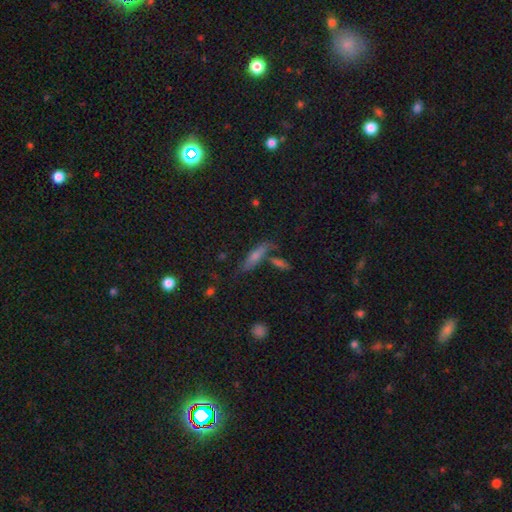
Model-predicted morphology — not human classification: smooth-or-featured: smooth: 51% | featured or disk: 36% | star or artifact: 13%
  how-rounded: cigar-shaped: 75% | in between: 22% | round: 3%
  merging: none: 67% | minor disturbance: 15% | merger: 13% | major disturbance: 5%